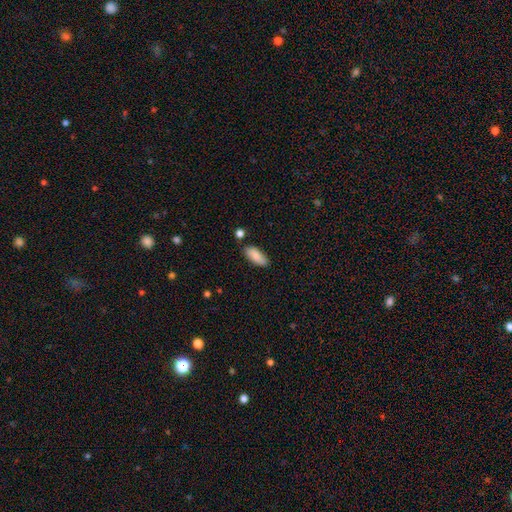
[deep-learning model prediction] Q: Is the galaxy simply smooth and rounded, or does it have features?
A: smooth — 86%.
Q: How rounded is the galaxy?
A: in between — 83%.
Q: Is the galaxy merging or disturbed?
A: none — 79%.